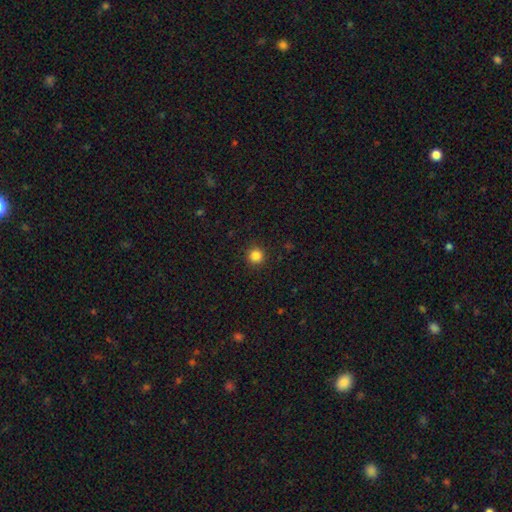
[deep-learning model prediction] A smooth galaxy with no disk features (85%) that is round (96%). Merging: none (92%).